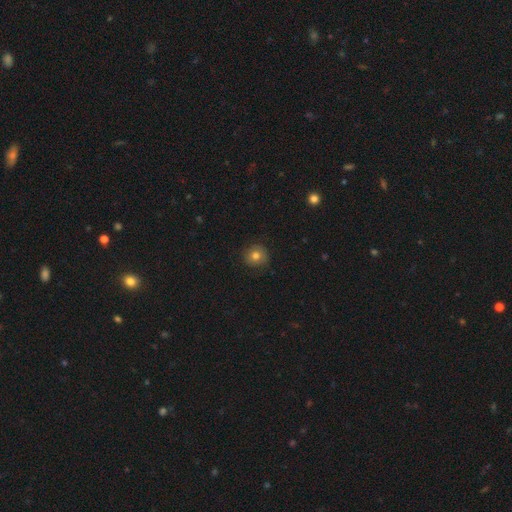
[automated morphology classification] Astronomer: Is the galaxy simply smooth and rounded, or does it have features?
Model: smooth — 75%.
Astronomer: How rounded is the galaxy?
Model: round — 91%.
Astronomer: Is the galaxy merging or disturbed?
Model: none — 85%.